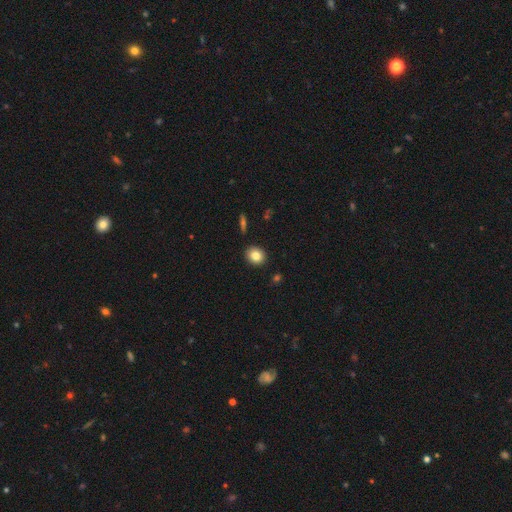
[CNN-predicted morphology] smooth-or-featured: smooth: 83% | star or artifact: 9% | featured or disk: 8%
  how-rounded: round: 66% | in between: 33% | cigar-shaped: 1%
  merging: none: 90% | minor disturbance: 7% | major disturbance: 2% | merger: 2%